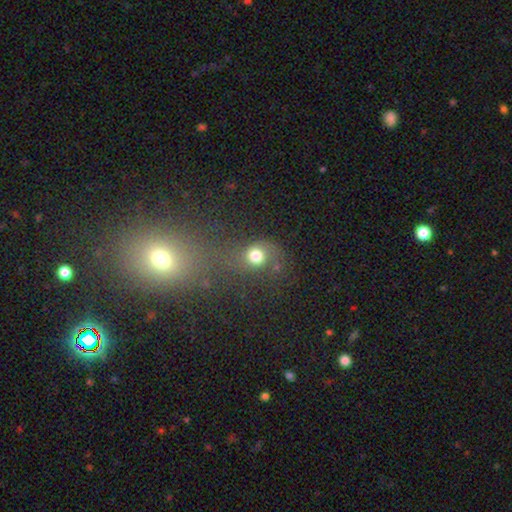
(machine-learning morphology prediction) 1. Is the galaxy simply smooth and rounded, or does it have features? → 68% smooth, 17% star or artifact, 15% featured or disk.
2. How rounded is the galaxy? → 75% round, 23% in between, 2% cigar-shaped.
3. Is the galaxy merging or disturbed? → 51% none, 19% merger, 16% minor disturbance, 14% major disturbance.